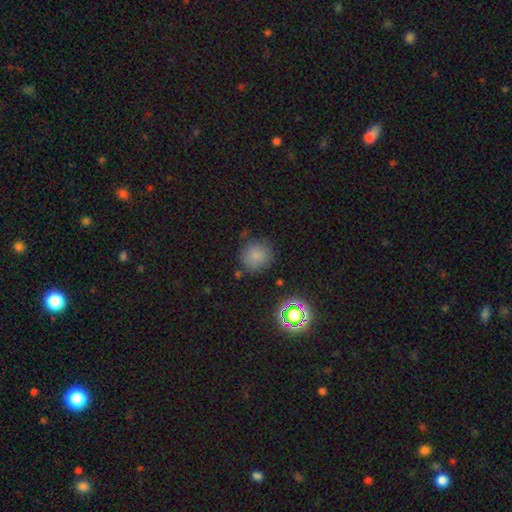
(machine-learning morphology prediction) Q: Smooth or featured?
A: smooth (79%); runner-up: star or artifact (15%)
Q: How rounded?
A: round (90%); runner-up: in between (9%)
Q: Merging?
A: none (79%); runner-up: minor disturbance (14%)